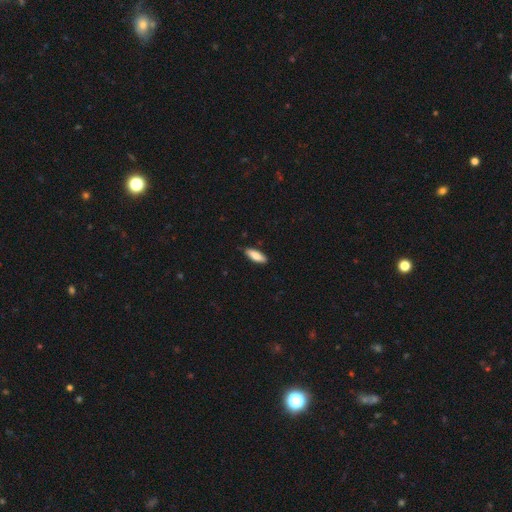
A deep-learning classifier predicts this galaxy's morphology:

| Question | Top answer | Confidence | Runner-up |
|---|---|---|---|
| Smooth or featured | smooth | 82% | featured or disk (12%) |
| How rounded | in between | 61% | cigar-shaped (38%) |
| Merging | none | 85% | minor disturbance (12%) |